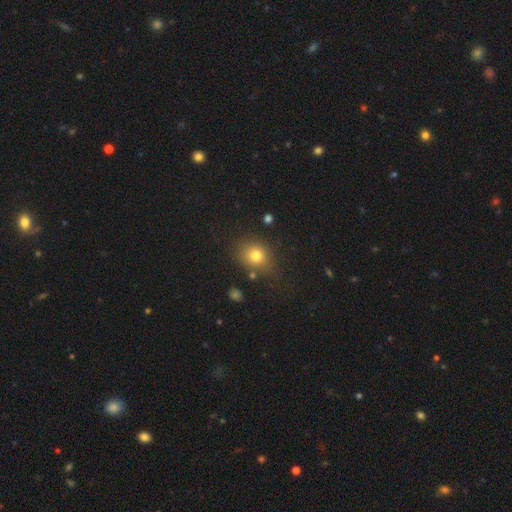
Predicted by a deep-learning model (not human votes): smooth_or_featured: smooth (p=0.77) [alt: star or artifact p=0.14]
how_rounded: round (p=0.69) [alt: in between p=0.30]
merging: none (p=0.75) [alt: minor disturbance p=0.15]